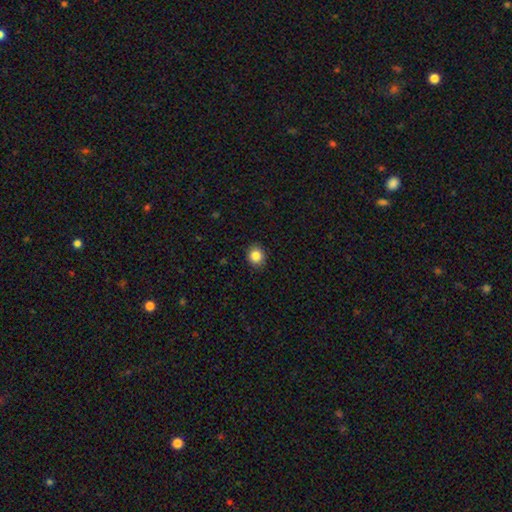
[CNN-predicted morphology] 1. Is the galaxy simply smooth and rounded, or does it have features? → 85% smooth, 10% star or artifact, 5% featured or disk.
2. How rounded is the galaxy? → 74% round, 26% in between, 1% cigar-shaped.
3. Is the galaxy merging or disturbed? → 89% none, 8% minor disturbance, 2% major disturbance, 1% merger.